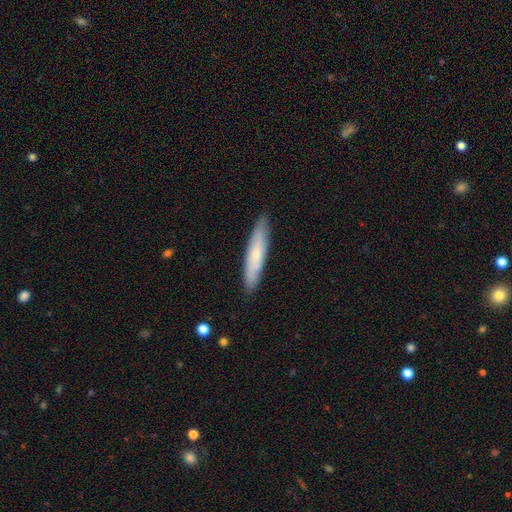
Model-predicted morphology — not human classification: This is possibly a smooth galaxy (58%). How rounded: clearly cigar-shaped (87%). Merging: clearly none (88%).